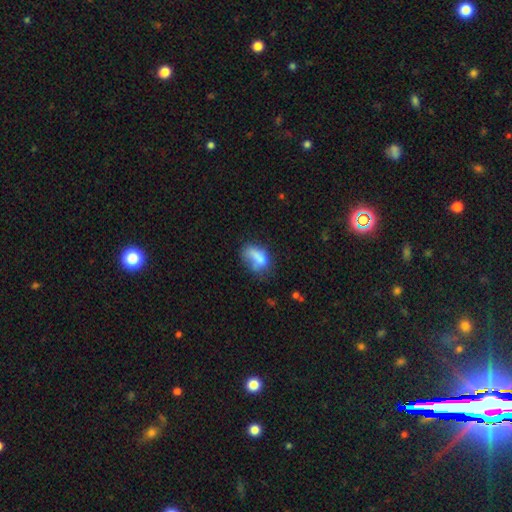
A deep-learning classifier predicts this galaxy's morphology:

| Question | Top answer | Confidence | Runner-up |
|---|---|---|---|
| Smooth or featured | smooth | 68% | featured or disk (21%) |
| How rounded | in between | 82% | round (12%) |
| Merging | none | 33% | minor disturbance (27%) |